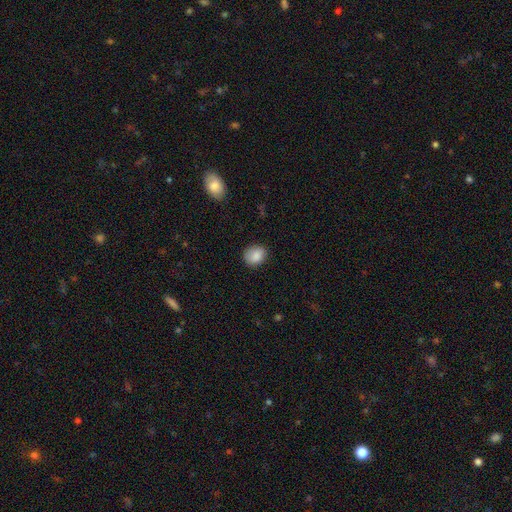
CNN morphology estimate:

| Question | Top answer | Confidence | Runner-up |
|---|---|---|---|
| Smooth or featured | smooth | 86% | star or artifact (8%) |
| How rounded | round | 65% | in between (34%) |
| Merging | none | 82% | minor disturbance (14%) |